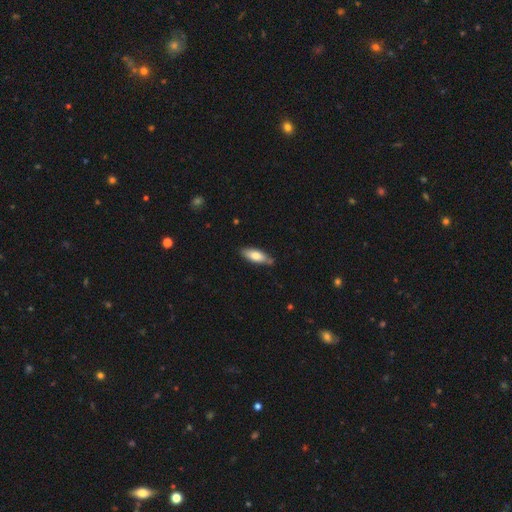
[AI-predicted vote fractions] smooth-or-featured: smooth: 73% | featured or disk: 21% | star or artifact: 6%
  how-rounded: in between: 68% | cigar-shaped: 30% | round: 2%
  merging: none: 78% | minor disturbance: 17% | merger: 3% | major disturbance: 3%